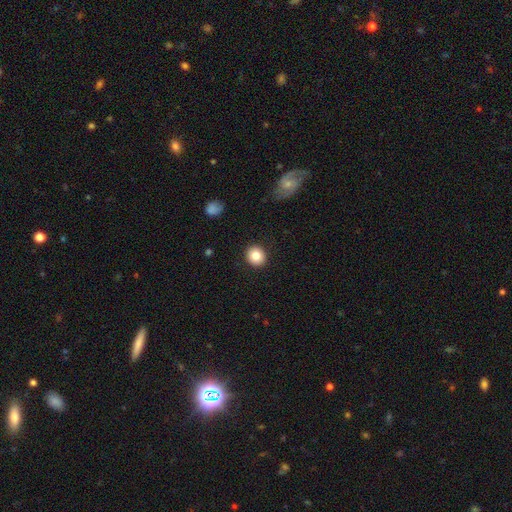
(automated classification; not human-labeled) smooth_or_featured: smooth (p=0.83) [alt: star or artifact p=0.09]
how_rounded: round (p=0.85) [alt: in between p=0.14]
merging: none (p=0.91) [alt: minor disturbance p=0.06]